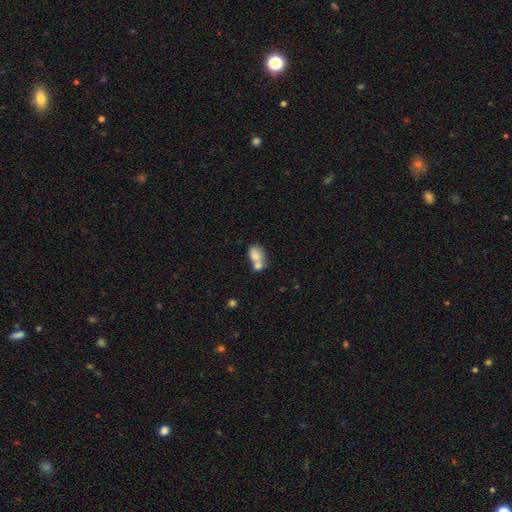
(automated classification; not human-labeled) The model was most divided on "how rounded": in between: 64%, round: 34%, cigar-shaped: 2%. More confident: smooth or featured — smooth (73%); merging — merger (68%).